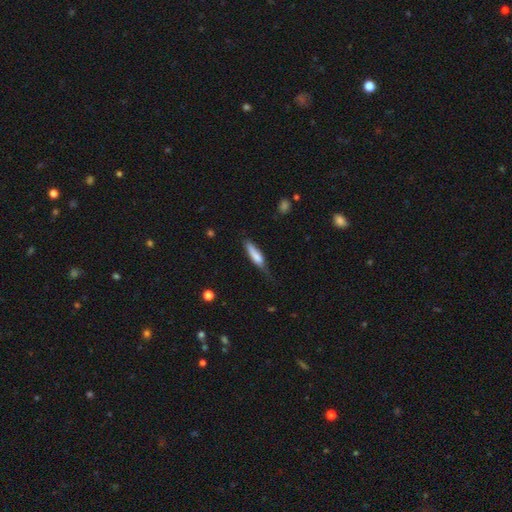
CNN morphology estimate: This is likely a smooth galaxy (72%). How rounded: likely cigar-shaped (75%). Merging: possibly none (46%).